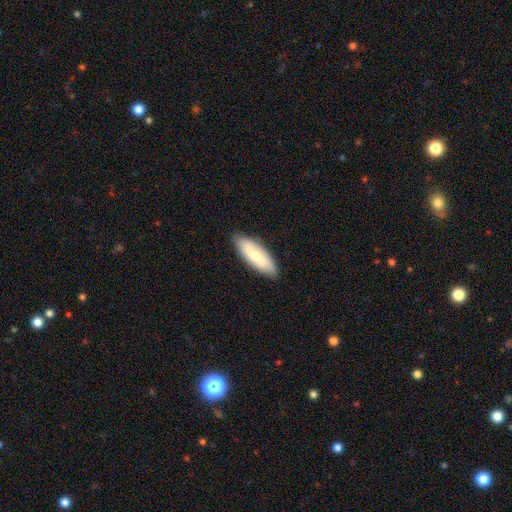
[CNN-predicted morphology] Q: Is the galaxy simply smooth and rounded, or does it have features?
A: smooth — 64%.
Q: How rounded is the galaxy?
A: in between — 62%.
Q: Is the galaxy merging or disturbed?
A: none — 86%.